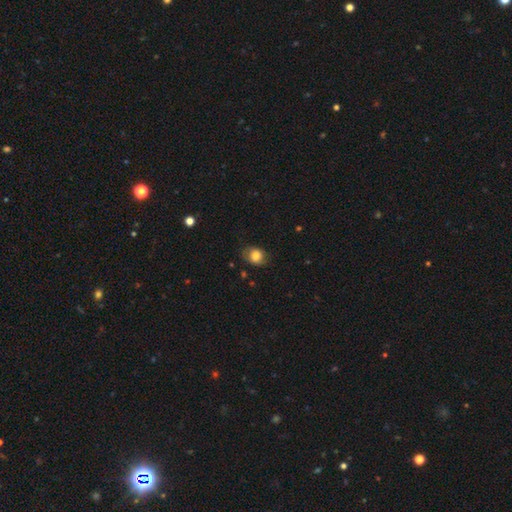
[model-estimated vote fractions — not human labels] This is likely a smooth galaxy (77%). How rounded: possibly round (51%). Merging: likely none (69%).